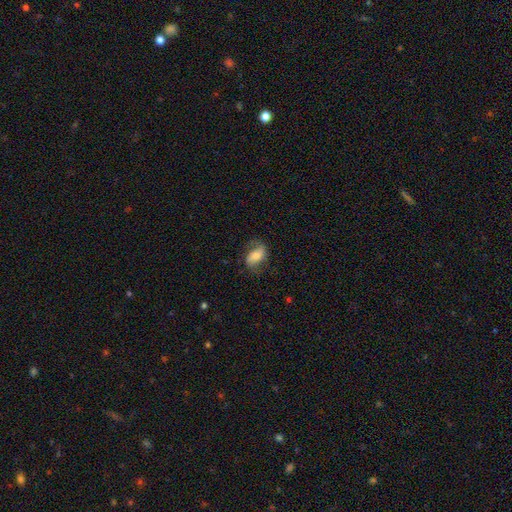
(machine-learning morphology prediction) Smooth or featured? featured or disk (52%)
Edge-on disk? no (95%)
Merging? none (66%)